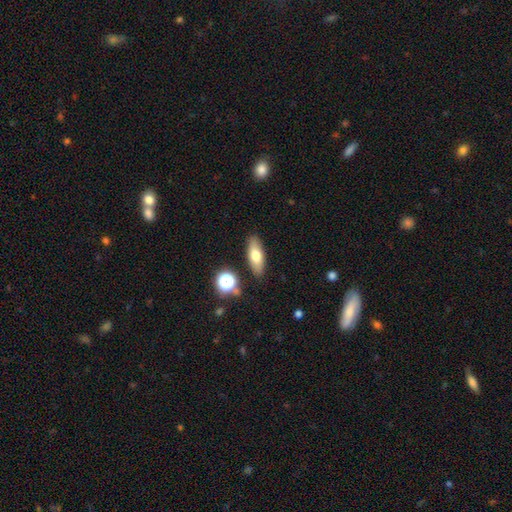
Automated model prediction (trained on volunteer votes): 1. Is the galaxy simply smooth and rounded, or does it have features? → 69% smooth, 22% featured or disk, 9% star or artifact.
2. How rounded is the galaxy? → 66% in between, 29% cigar-shaped, 5% round.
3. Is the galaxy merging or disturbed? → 85% none, 10% minor disturbance, 3% merger, 2% major disturbance.